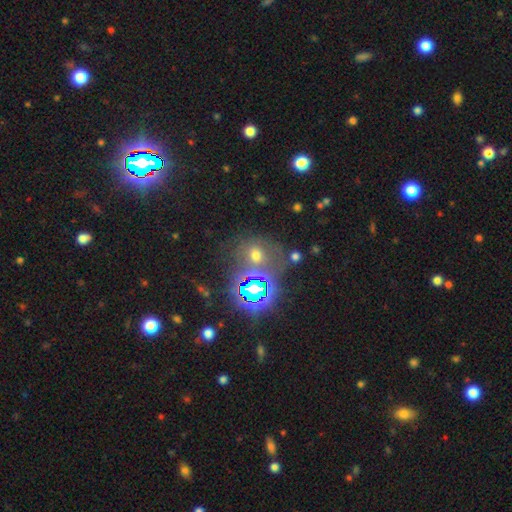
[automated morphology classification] Smooth or featured? Predicted: smooth (p=0.47). Merging? Predicted: none (p=0.62).